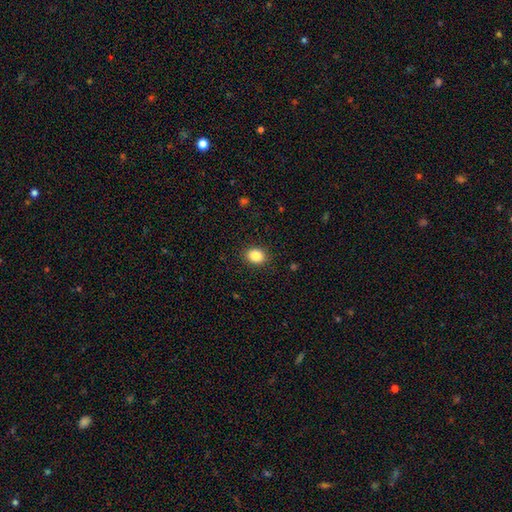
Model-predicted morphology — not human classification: A smooth galaxy with no disk features (87%) that is in between round and cigar-shaped (51%). Merging: none (89%).